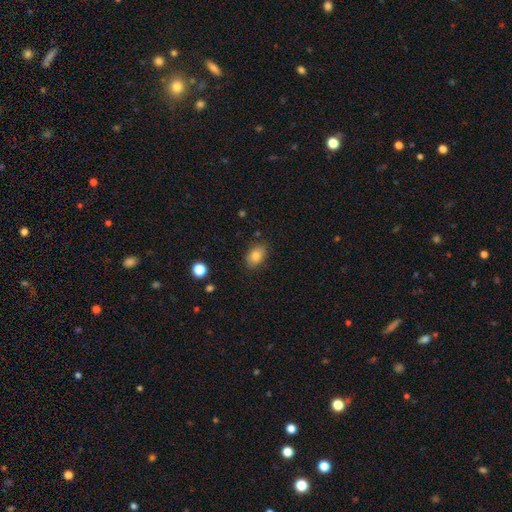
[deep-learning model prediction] smooth-or-featured: smooth: 84% | star or artifact: 9% | featured or disk: 7%
  how-rounded: in between: 84% | round: 14% | cigar-shaped: 2%
  merging: none: 84% | minor disturbance: 12% | major disturbance: 3% | merger: 2%